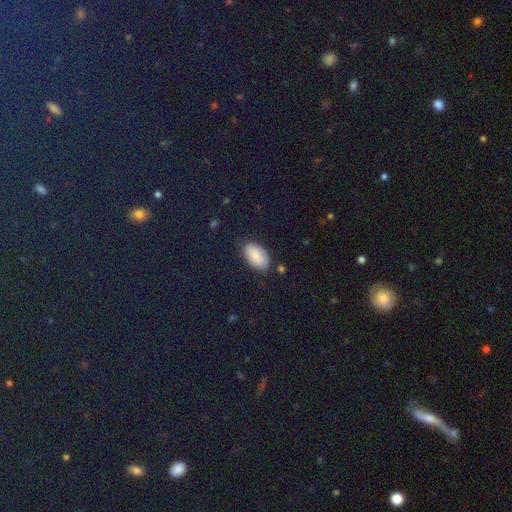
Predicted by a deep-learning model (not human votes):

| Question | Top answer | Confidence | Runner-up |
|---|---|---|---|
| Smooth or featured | smooth | 82% | featured or disk (9%) |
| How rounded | in between | 95% | round (3%) |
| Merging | none | 82% | minor disturbance (13%) |